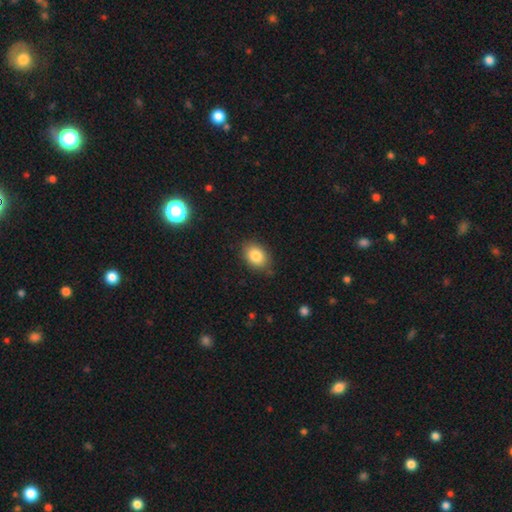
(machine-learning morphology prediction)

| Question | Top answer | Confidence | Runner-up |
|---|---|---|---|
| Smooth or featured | smooth | 84% | star or artifact (9%) |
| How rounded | in between | 75% | round (24%) |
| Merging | none | 82% | minor disturbance (13%) |